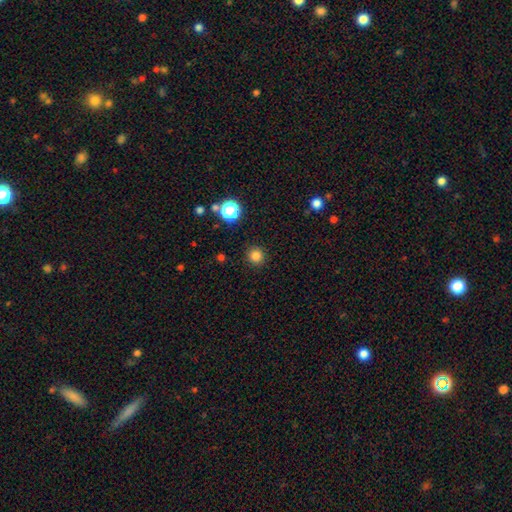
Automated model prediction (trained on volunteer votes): Smooth or featured?
  - smooth: 82% *
  - star or artifact: 14%
  - featured or disk: 4%
How rounded?
  - round: 94% *
  - in between: 5%
  - cigar-shaped: 1%
Merging?
  - none: 91% *
  - minor disturbance: 6%
  - major disturbance: 2%
  - merger: 1%